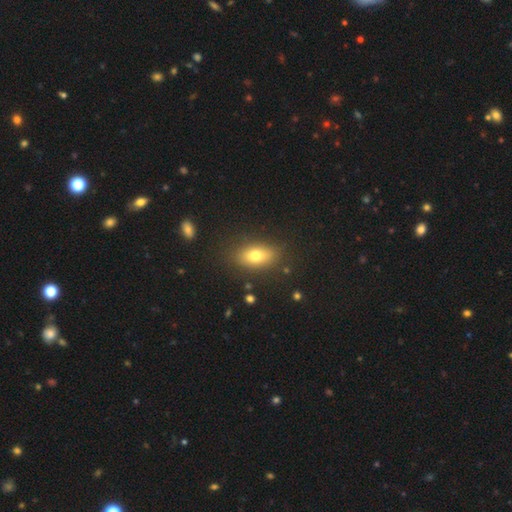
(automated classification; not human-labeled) Smooth or featured? smooth (74%)
How rounded? in between (84%)
Merging? none (84%)